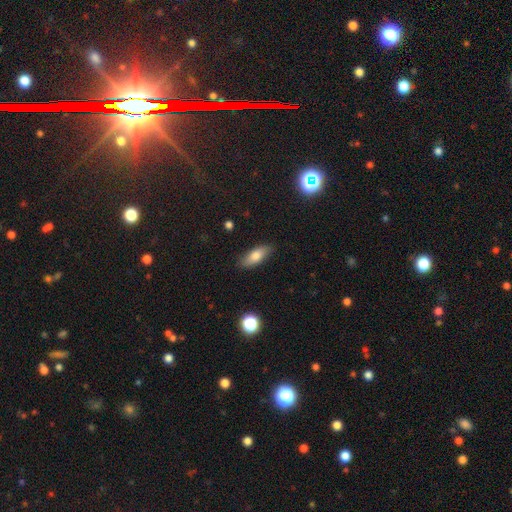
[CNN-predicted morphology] This is likely a smooth galaxy (77%). How rounded: likely in between (73%). Merging: clearly none (85%).